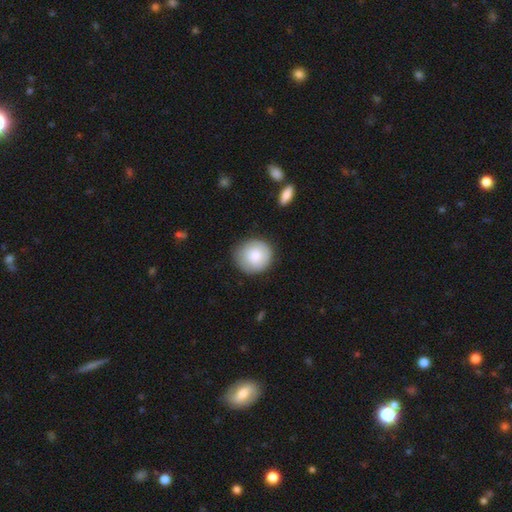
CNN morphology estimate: This is likely a smooth galaxy (79%). How rounded: clearly round (91%). Merging: clearly none (83%).